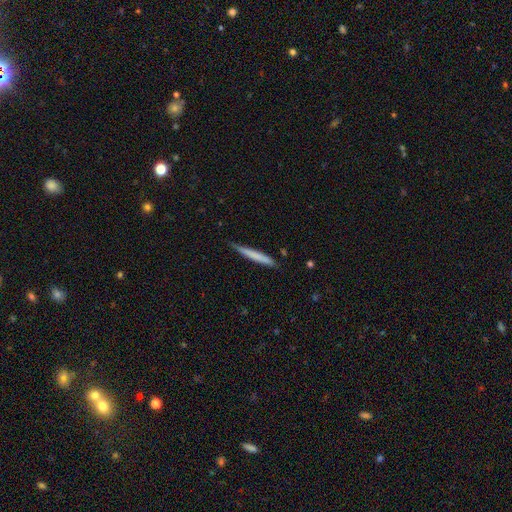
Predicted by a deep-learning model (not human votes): Smooth or featured?
  - smooth: 67% *
  - featured or disk: 28%
  - star or artifact: 5%
How rounded?
  - cigar-shaped: 96% *
  - in between: 2%
  - round: 1%
Merging?
  - none: 81% *
  - minor disturbance: 16%
  - major disturbance: 2%
  - merger: 1%